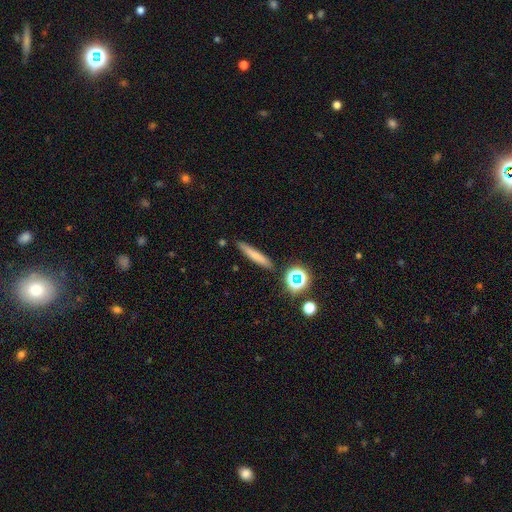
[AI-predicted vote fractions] A smooth galaxy with no disk features (67%) that is cigar-shaped (89%). Merging: none (85%).